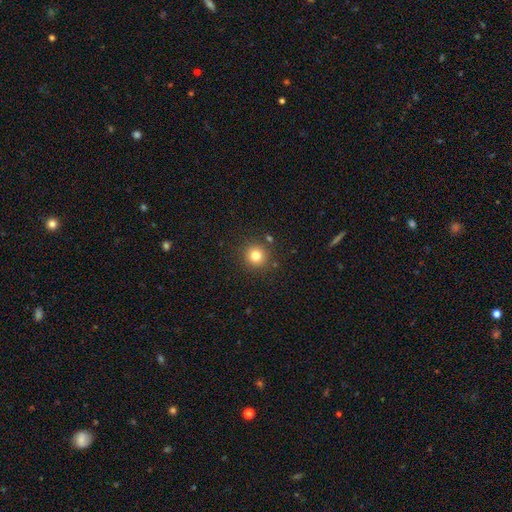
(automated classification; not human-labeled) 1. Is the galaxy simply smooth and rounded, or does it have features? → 80% smooth, 14% star or artifact, 7% featured or disk.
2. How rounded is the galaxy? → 93% round, 6% in between, 1% cigar-shaped.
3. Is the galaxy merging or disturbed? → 88% none, 7% minor disturbance, 3% merger, 2% major disturbance.